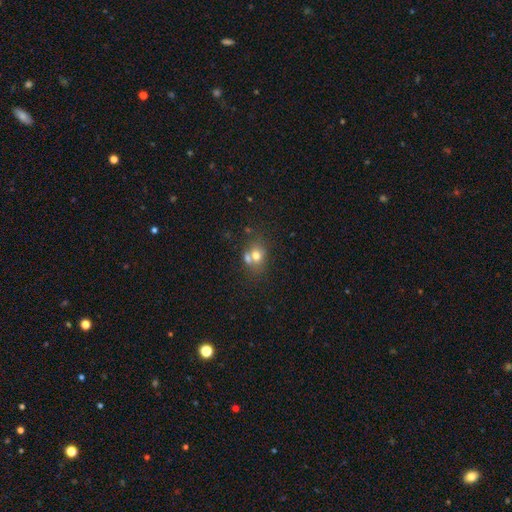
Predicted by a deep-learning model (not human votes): This appears to be a smooth galaxy with no disk features (65%) that is round (59%). Merging: none (44%).